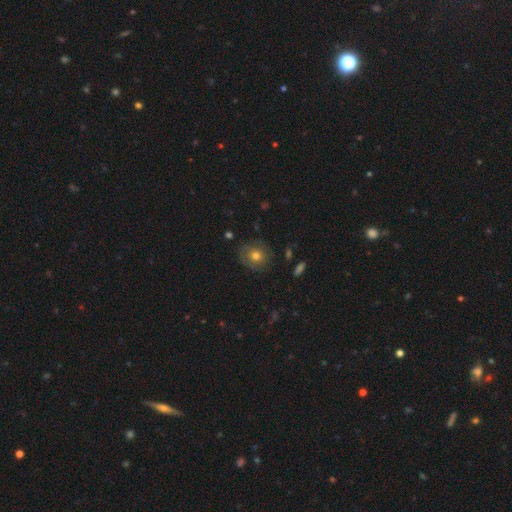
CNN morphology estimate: A smooth galaxy with no disk features (60%) that is round (84%). Merging: none (81%).